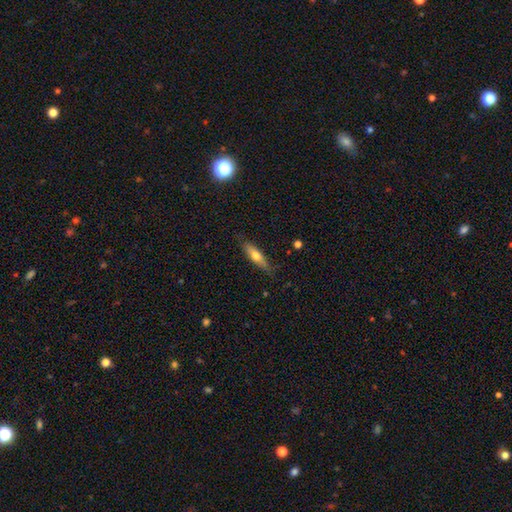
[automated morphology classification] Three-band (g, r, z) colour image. It shows a smooth galaxy with no disk features (59%) that is cigar-shaped (64%). Merging: none (82%).